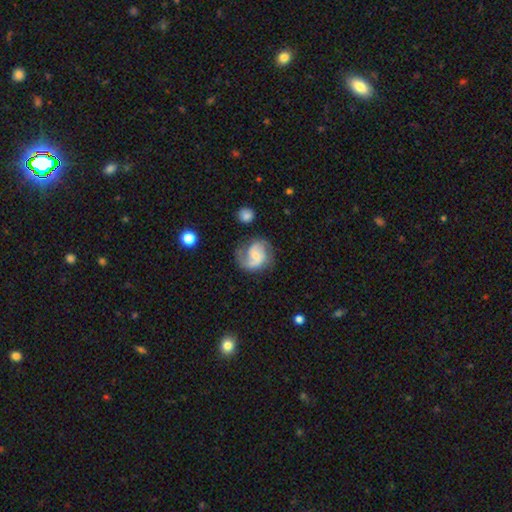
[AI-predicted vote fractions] Smooth or featured? featured or disk (80%)
Edge-on disk? no (98%)
Bar? no (51%)
Spiral arms? yes (95%)
Spiral winding? medium (51%)
Spiral arm count? 2 (80%)
Bulge size? small (55%)
Merging? none (64%)